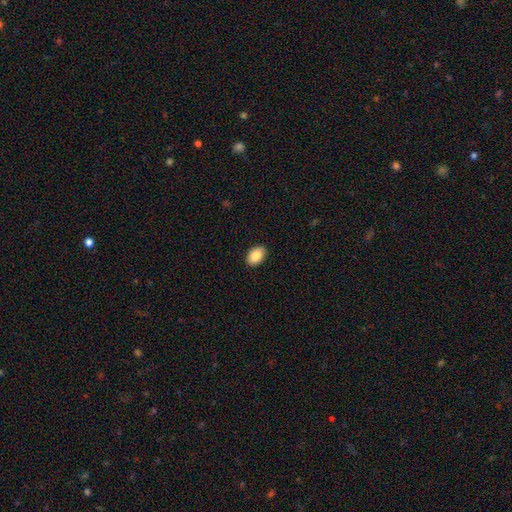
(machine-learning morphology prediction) Q: Smooth or featured?
A: smooth (88%); runner-up: star or artifact (7%)
Q: How rounded?
A: in between (87%); runner-up: round (12%)
Q: Merging?
A: none (90%); runner-up: minor disturbance (8%)